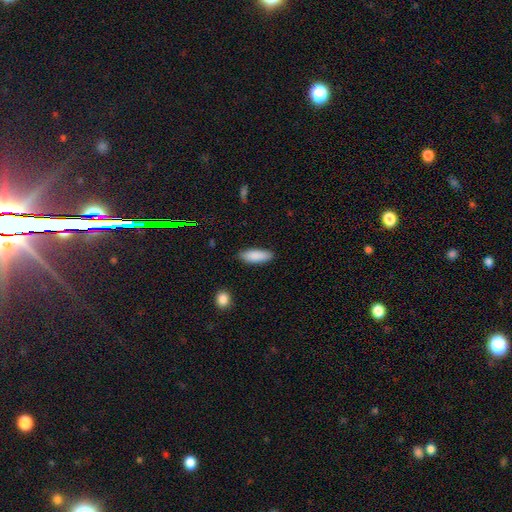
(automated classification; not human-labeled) Smooth or featured: smooth — 88% (star or artifact — 6%)
How rounded: in between — 64% (cigar-shaped — 35%)
Merging: none — 87% (minor disturbance — 10%)